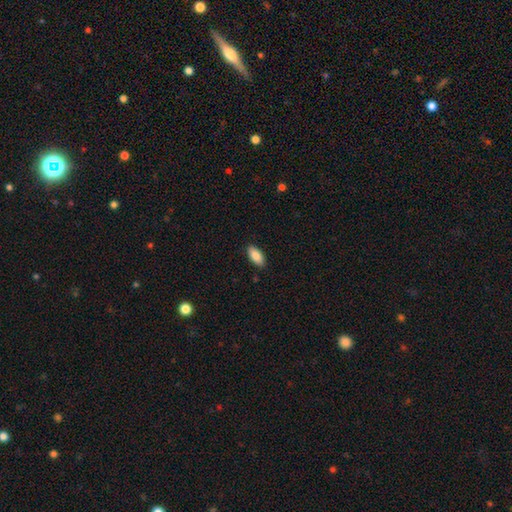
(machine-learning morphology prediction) This is clearly a smooth galaxy (89%). How rounded: clearly in between (90%). Merging: clearly none (88%).